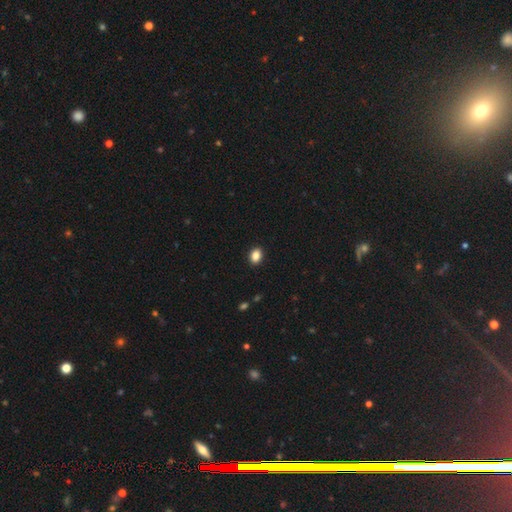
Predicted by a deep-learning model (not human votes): A smooth galaxy with no disk features (87%) that is in between round and cigar-shaped (69%).

Vote fractions:
- Smooth or featured? smooth: 87% / star or artifact: 9% / featured or disk: 4%
- How rounded? in between: 69% / round: 30% / cigar-shaped: 1%
- Merging? none: 91% / minor disturbance: 6% / major disturbance: 2% / merger: 1%